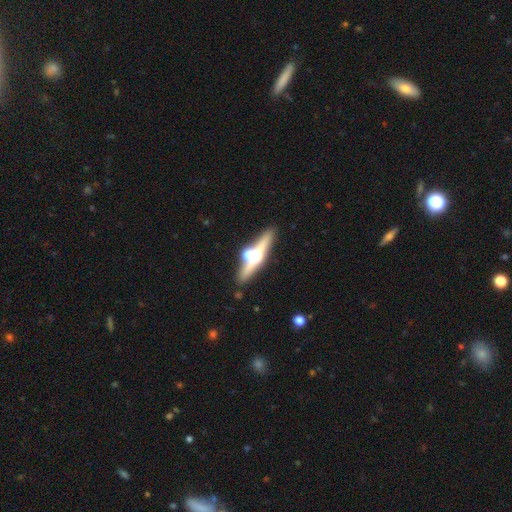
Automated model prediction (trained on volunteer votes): Smooth or featured? featured or disk (72%)
Edge-on disk? yes (94%)
Edge-on bulge? rounded (91%)
Merging? none (74%)